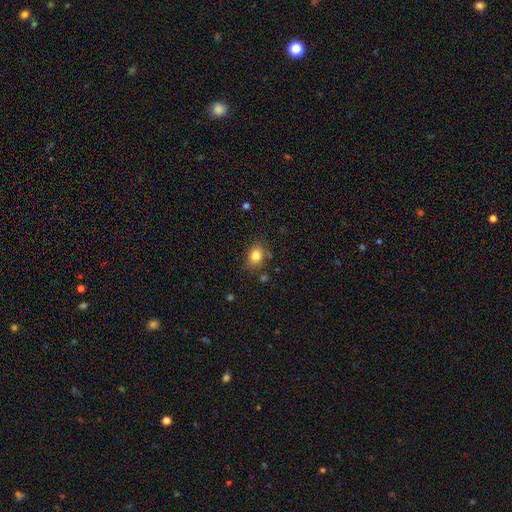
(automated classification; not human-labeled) smooth-or-featured: smooth: 82% | star or artifact: 10% | featured or disk: 7%
  how-rounded: in between: 58% | round: 41% | cigar-shaped: 1%
  merging: none: 78% | minor disturbance: 15% | major disturbance: 4% | merger: 3%